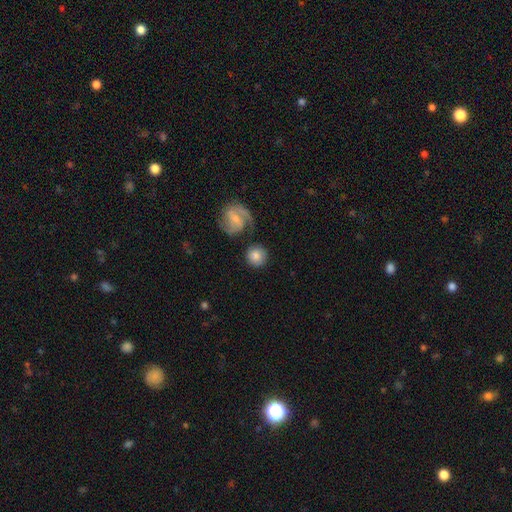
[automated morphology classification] Q: Smooth or featured?
A: smooth (71%); runner-up: featured or disk (22%)
Q: How rounded?
A: round (92%); runner-up: in between (7%)
Q: Merging?
A: none (76%); runner-up: minor disturbance (10%)